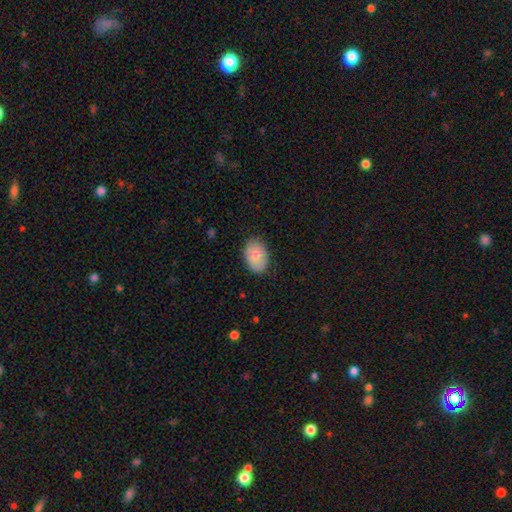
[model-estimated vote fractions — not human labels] The model was most divided on "smooth or featured": smooth: 76%, featured or disk: 17%, star or artifact: 7%. More confident: how rounded — in between (83%); merging — none (82%).